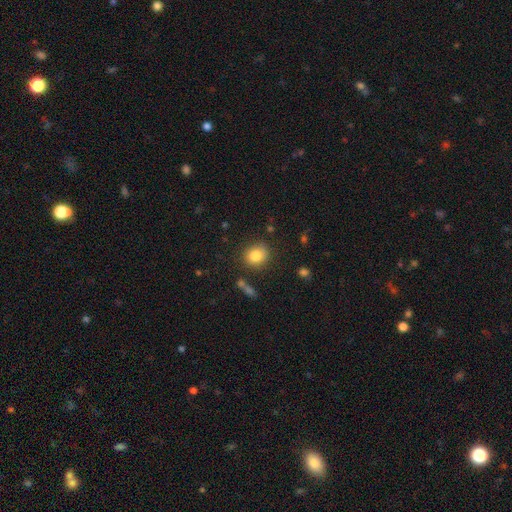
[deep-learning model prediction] This appears to be a smooth galaxy with no disk features (83%) that is round (73%). Merging: none (80%).